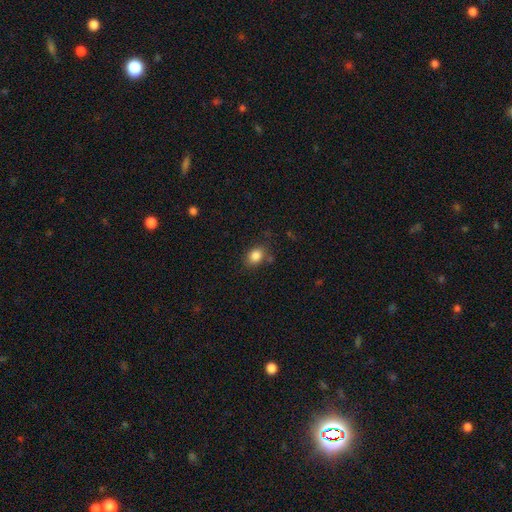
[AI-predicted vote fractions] Morphology: type=smooth (85%); roundness=in between (62%); merging=none (75%).